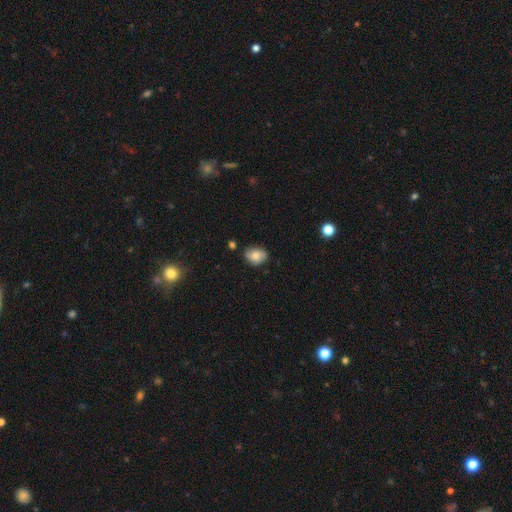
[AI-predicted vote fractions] The model was most divided on "how rounded": in between: 63%, round: 36%, cigar-shaped: 1%. More confident: merging — none (75%); smooth or featured — smooth (70%).